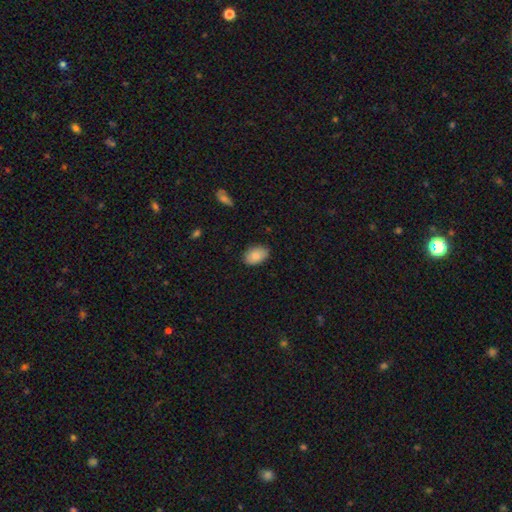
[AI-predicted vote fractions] A smooth galaxy with no disk features (86%) that is in between round and cigar-shaped (88%). Merging: none (80%).